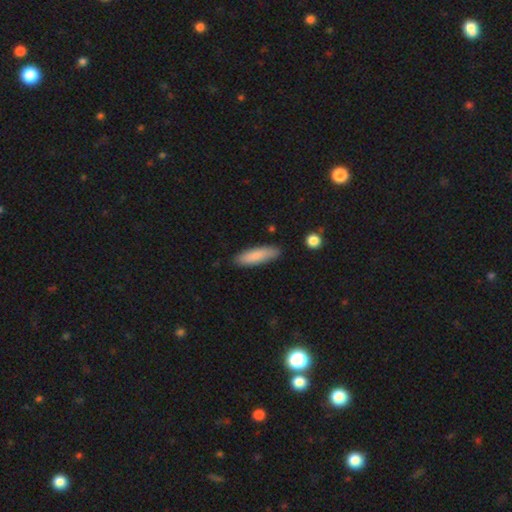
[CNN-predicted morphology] Overall: smooth (84%). How rounded: cigar-shaped (62%; in between 36%). Merging: none (84%).